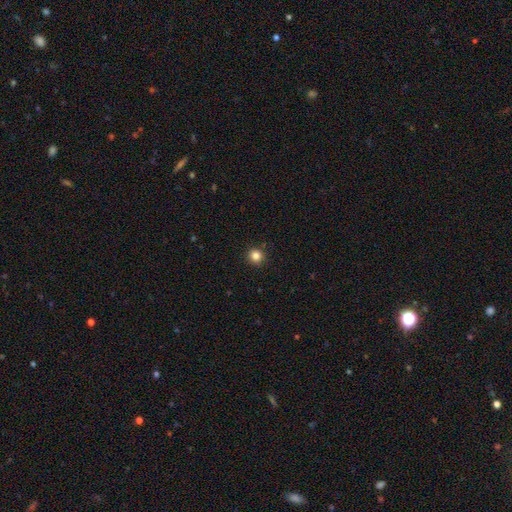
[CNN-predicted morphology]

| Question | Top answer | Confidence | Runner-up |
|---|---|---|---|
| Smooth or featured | smooth | 83% | star or artifact (13%) |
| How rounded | round | 93% | in between (6%) |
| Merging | none | 91% | minor disturbance (6%) |